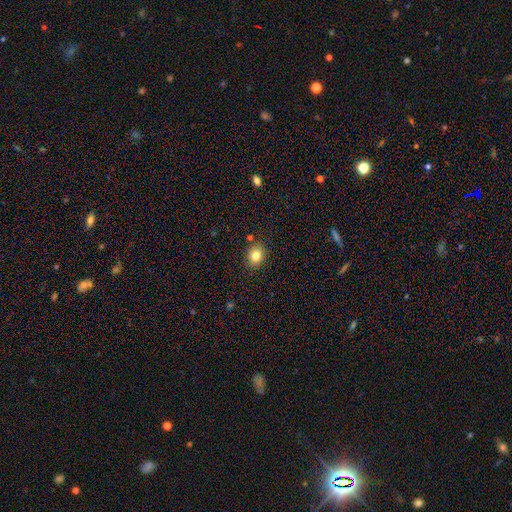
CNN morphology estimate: smooth-or-featured: smooth: 82% | star or artifact: 11% | featured or disk: 8%
  how-rounded: round: 55% | in between: 44% | cigar-shaped: 1%
  merging: none: 86% | minor disturbance: 9% | merger: 3% | major disturbance: 2%